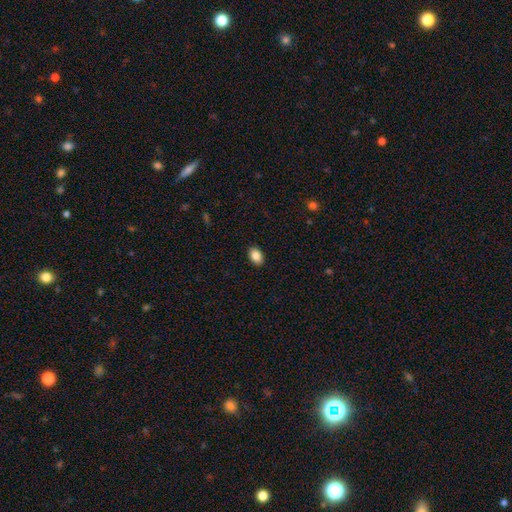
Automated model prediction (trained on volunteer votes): Smooth or featured: smooth — 86% (star or artifact — 8%)
How rounded: in between — 84% (round — 15%)
Merging: none — 90% (minor disturbance — 8%)